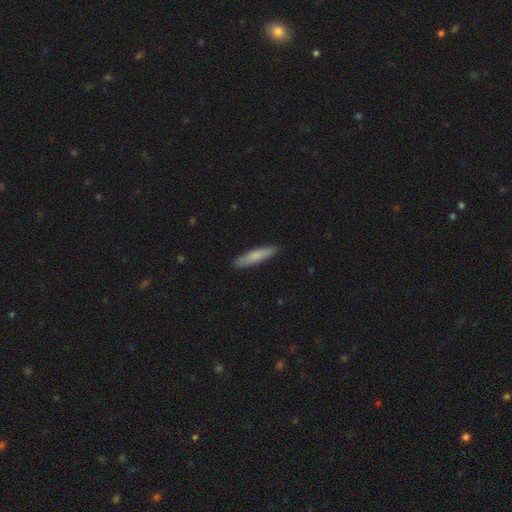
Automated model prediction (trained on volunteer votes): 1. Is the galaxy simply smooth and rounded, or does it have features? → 78% smooth, 16% featured or disk, 5% star or artifact.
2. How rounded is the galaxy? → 86% cigar-shaped, 12% in between, 1% round.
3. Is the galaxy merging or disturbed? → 90% none, 8% minor disturbance, 1% major disturbance, 1% merger.